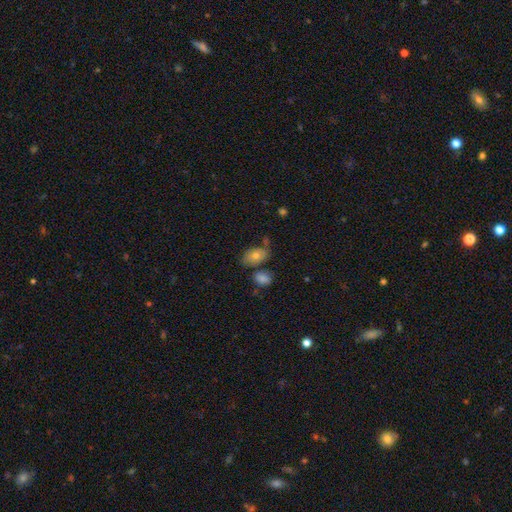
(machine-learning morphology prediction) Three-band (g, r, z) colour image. It shows a smooth galaxy with no disk features (70%) that is in between round and cigar-shaped (84%). Merging: none (56%).